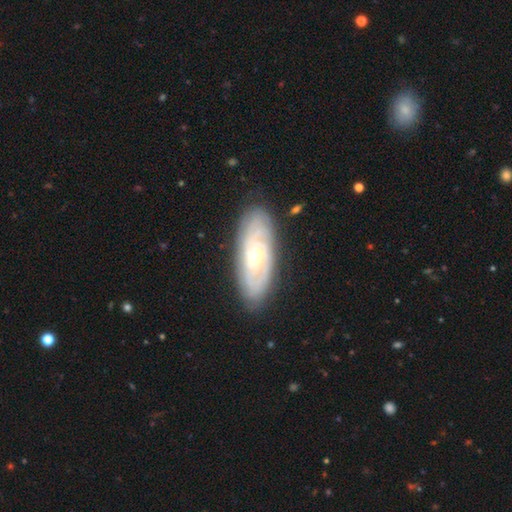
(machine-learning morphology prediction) Q: Smooth or featured?
A: featured or disk (75%); runner-up: smooth (19%)
Q: Edge-on disk?
A: no (87%); runner-up: yes (13%)
Q: Bar?
A: no (71%); runner-up: weak (22%)
Q: Spiral arms?
A: yes (78%); runner-up: no (22%)
Q: Spiral winding?
A: tight (74%); runner-up: medium (20%)
Q: Spiral arm count?
A: can't tell (55%); runner-up: 2 (20%)
Q: Bulge size?
A: moderate (70%); runner-up: small (24%)
Q: Merging?
A: none (84%); runner-up: minor disturbance (12%)